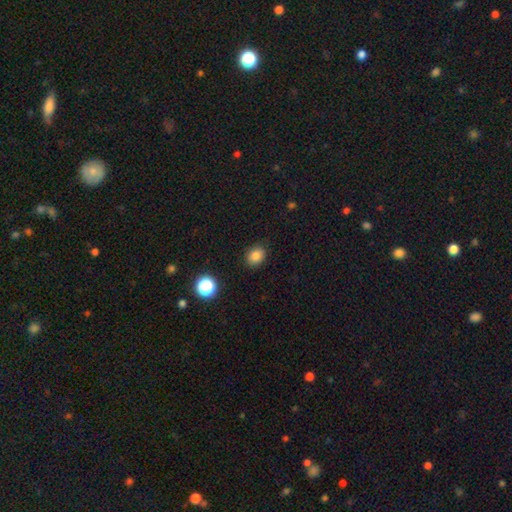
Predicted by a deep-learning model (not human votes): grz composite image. It shows a smooth galaxy with no disk features (84%) that is in between round and cigar-shaped (56%). Merging: none (87%).